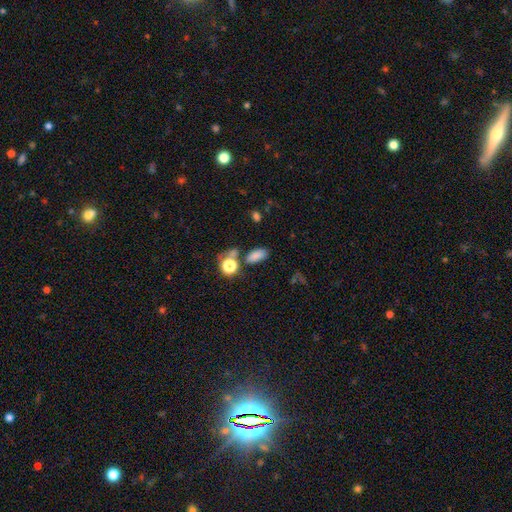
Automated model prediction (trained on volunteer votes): Overall: smooth (80%). How rounded: in between (86%). Merging: none (64%).